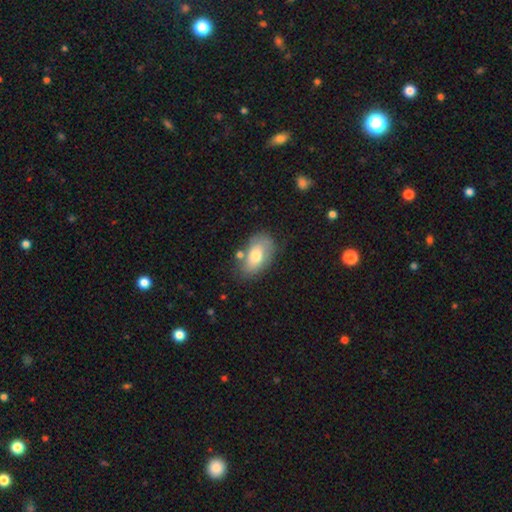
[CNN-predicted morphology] Smooth or featured? smooth (66%)
How rounded? in between (91%)
Merging? none (64%)